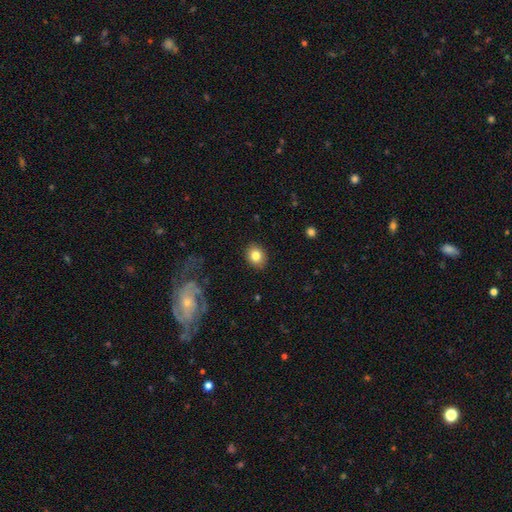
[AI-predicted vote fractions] Morphology: type=smooth (82%); roundness=round (60%); merging=none (89%).